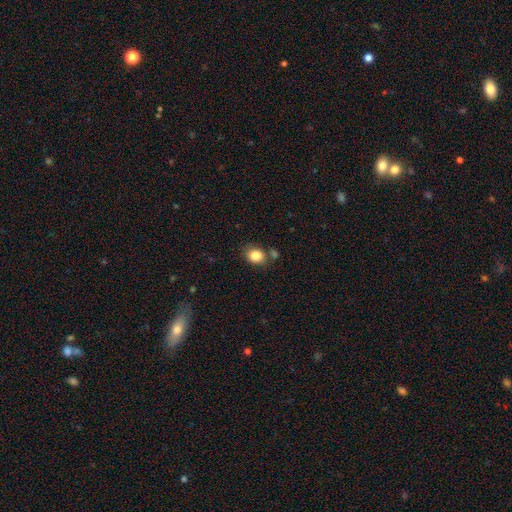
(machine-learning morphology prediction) Smooth or featured? smooth (84%)
How rounded? round (53%)
Merging? none (70%)